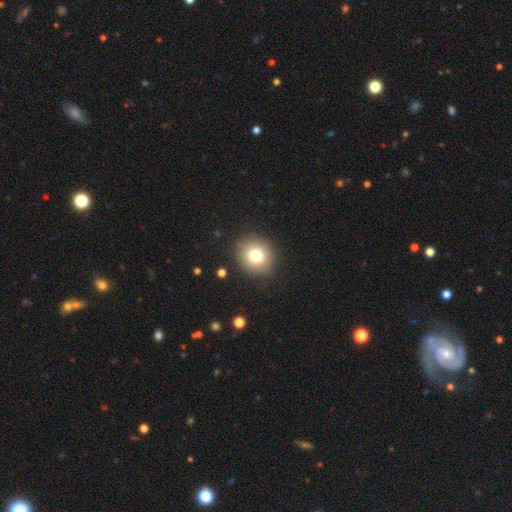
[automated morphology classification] This appears to be a smooth galaxy with no disk features (77%) that is round (84%). Merging: none (88%).